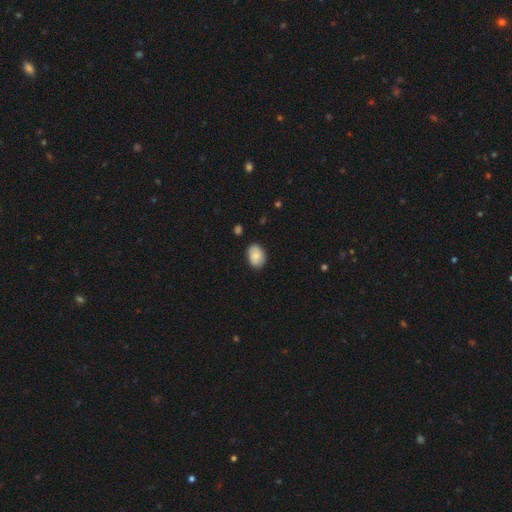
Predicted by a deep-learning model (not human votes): Morphology: type=smooth (85%); roundness=in between (85%); merging=none (84%).